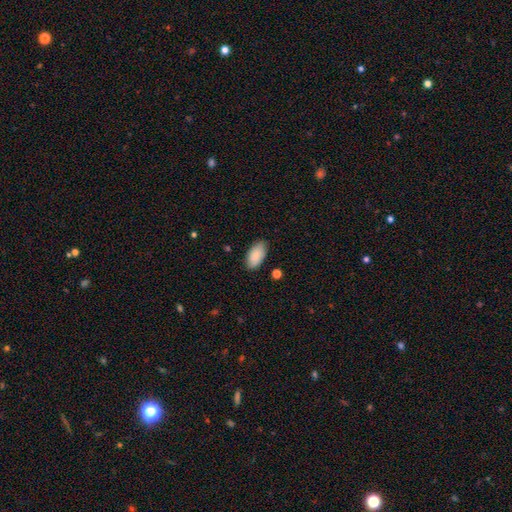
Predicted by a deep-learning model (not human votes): The model was most divided on "merging": none: 83%, minor disturbance: 13%, major disturbance: 2%, merger: 1%. More confident: how rounded — in between (95%); smooth or featured — smooth (85%).